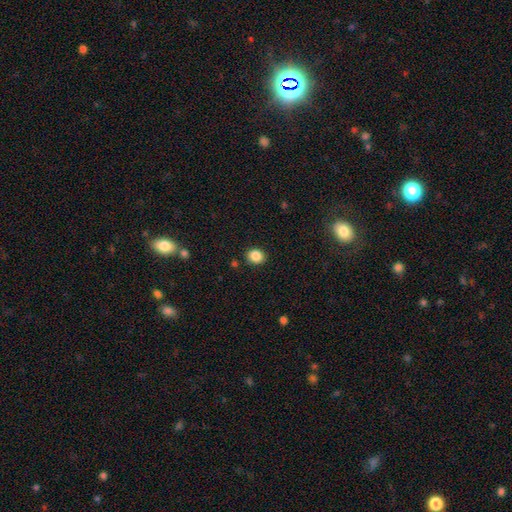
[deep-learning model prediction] A smooth galaxy with no disk features (86%) that is round (64%).

Vote fractions:
- Smooth or featured? smooth: 86% / star or artifact: 10% / featured or disk: 4%
- How rounded? round: 64% / in between: 35% / cigar-shaped: 1%
- Merging? none: 88% / minor disturbance: 8% / major disturbance: 2% / merger: 2%